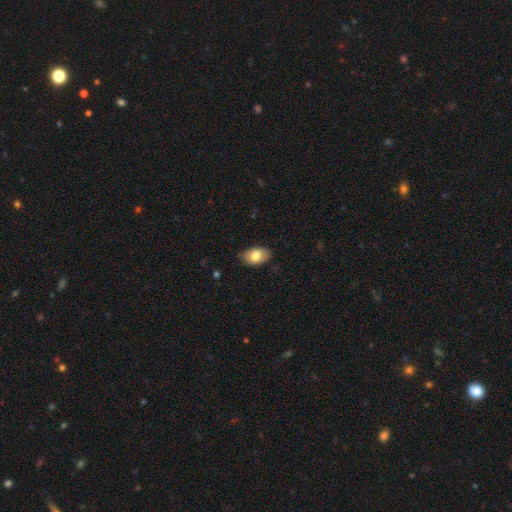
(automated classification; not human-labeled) smooth 80%, featured or disk 14%, star or artifact 7%. Down the decision tree: how rounded — in between (90%); merging — none (82%).